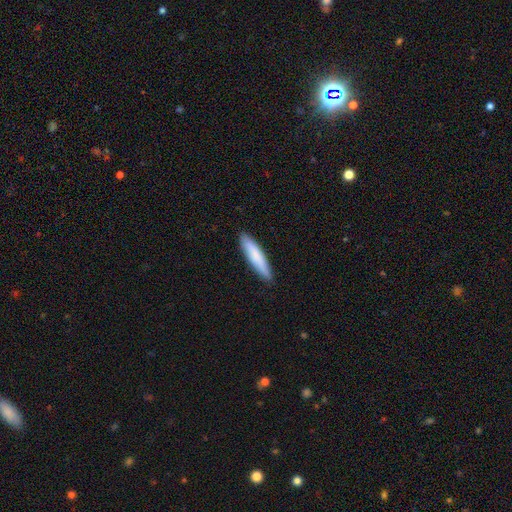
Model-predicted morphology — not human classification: smooth 79%, featured or disk 15%, star or artifact 5%. Down the decision tree: how rounded — cigar-shaped (86%); merging — none (87%).